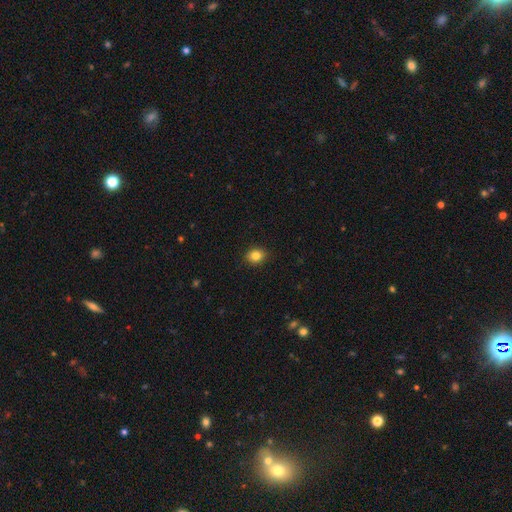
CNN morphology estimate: smooth_or_featured: smooth (p=0.84) [alt: star or artifact p=0.10]
how_rounded: round (p=0.56) [alt: in between p=0.43]
merging: none (p=0.90) [alt: minor disturbance p=0.07]